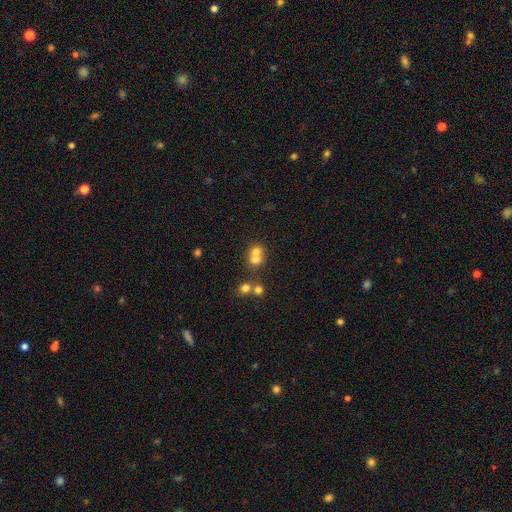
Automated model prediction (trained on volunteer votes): smooth 67%, featured or disk 19%, star or artifact 14%. Down the decision tree: how rounded — round (77%); merging — merger (59%).